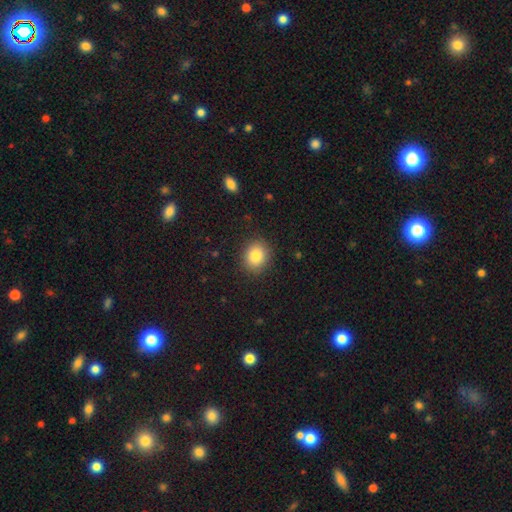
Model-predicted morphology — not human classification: This is clearly a smooth galaxy (85%). How rounded: likely round (65%). Merging: clearly none (88%).